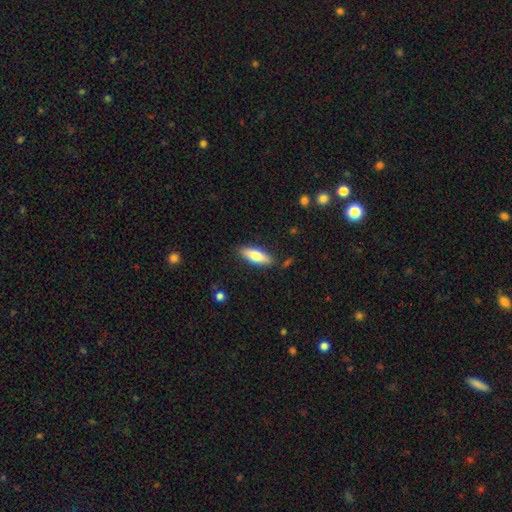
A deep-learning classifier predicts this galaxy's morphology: smooth-or-featured: smooth: 74% | featured or disk: 20% | star or artifact: 6%
  how-rounded: in between: 63% | cigar-shaped: 35% | round: 2%
  merging: none: 85% | minor disturbance: 11% | major disturbance: 2% | merger: 2%